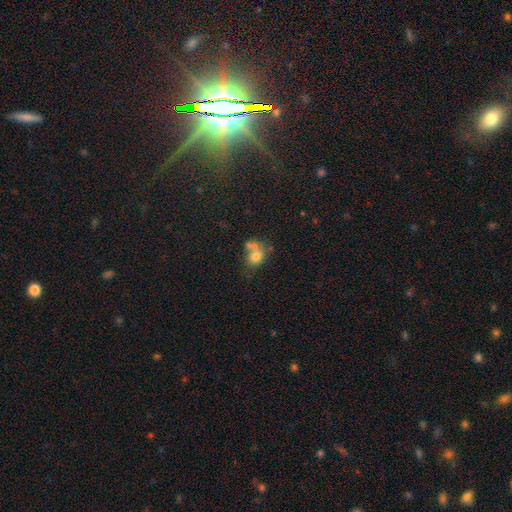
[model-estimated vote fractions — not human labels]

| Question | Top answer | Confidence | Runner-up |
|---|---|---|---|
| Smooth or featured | smooth | 70% | featured or disk (18%) |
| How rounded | round | 62% | in between (37%) |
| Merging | merger | 50% | none (30%) |